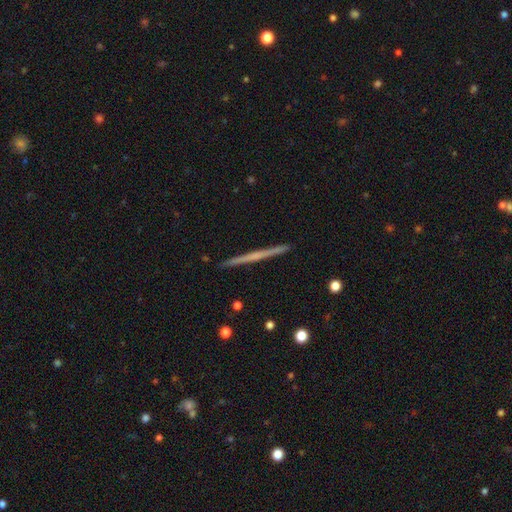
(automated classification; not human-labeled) A featured or disk galaxy (62%) viewed edge-on (98%) with no central bulge (79%).

Vote fractions:
- Smooth or featured? featured or disk: 62% / smooth: 33% / star or artifact: 6%
- Edge-on disk? yes: 98% / no: 2%
- Edge-on bulge? none: 79% / rounded: 16% / boxy: 4%
- Merging? none: 93% / minor disturbance: 5% / major disturbance: 1% / merger: 1%